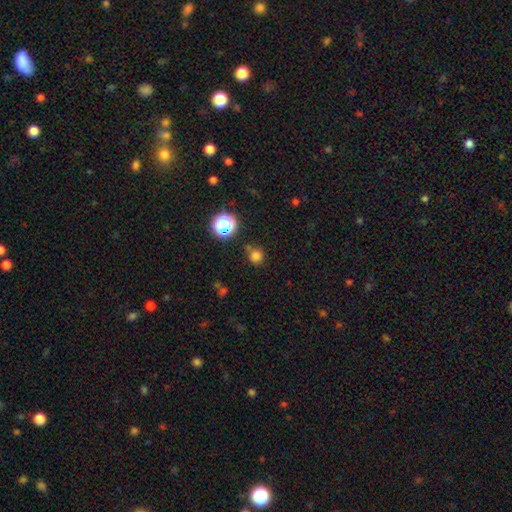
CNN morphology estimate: Smooth or featured? smooth (76%)
How rounded? round (89%)
Merging? none (74%)